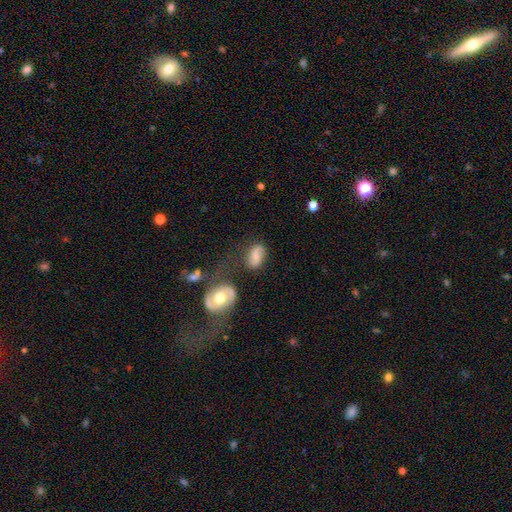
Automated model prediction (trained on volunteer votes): smooth 51%, featured or disk 40%, star or artifact 9%. Down the decision tree: how rounded — in between (83%); merging — none (63%).